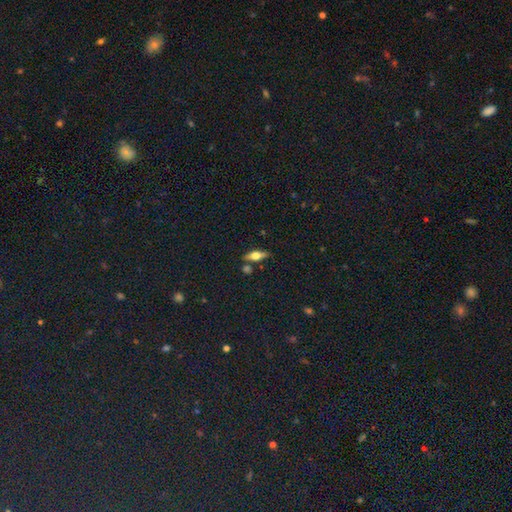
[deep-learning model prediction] Smooth or featured? featured or disk (49%)
Merging? none (76%)